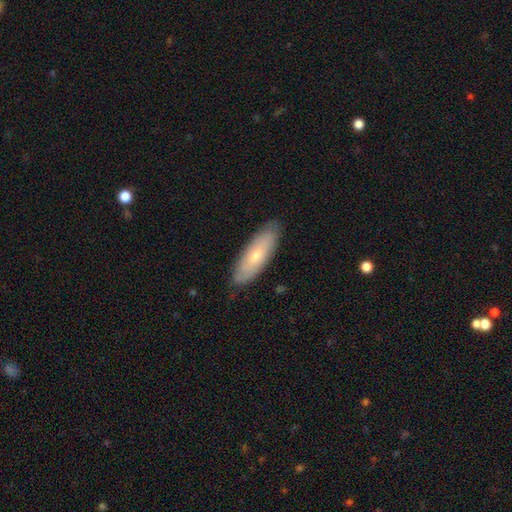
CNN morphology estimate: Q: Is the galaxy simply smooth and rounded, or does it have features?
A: smooth — 60%.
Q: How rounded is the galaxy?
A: in between — 58%.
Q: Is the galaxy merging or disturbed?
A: none — 84%.